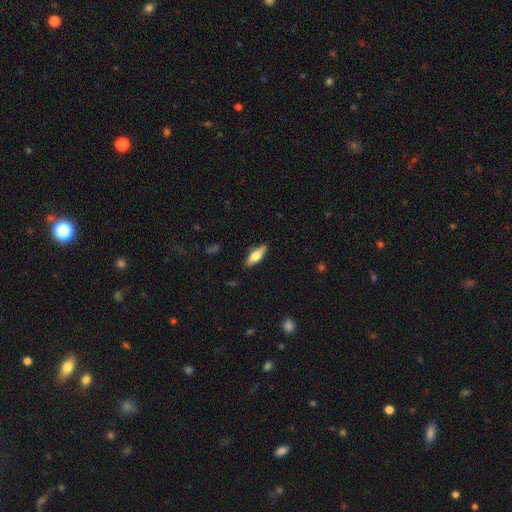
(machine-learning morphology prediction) Smooth or featured?
  - smooth: 51% *
  - featured or disk: 43%
  - star or artifact: 6%
How rounded?
  - in between: 56% *
  - cigar-shaped: 42%
  - round: 3%
Merging?
  - none: 87% *
  - minor disturbance: 9%
  - major disturbance: 2%
  - merger: 1%